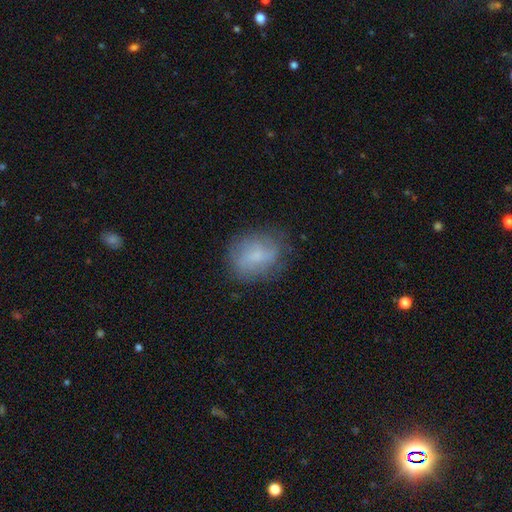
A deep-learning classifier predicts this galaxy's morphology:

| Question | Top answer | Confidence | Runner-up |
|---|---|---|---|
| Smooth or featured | smooth | 60% | featured or disk (31%) |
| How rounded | in between | 52% | round (46%) |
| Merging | none | 72% | minor disturbance (19%) |